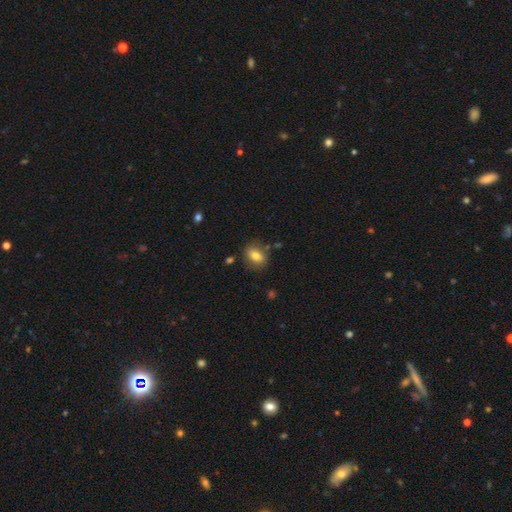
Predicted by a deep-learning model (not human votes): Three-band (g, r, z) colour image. It shows a smooth galaxy with no disk features (78%) that is in between round and cigar-shaped (70%). Merging: none (79%).